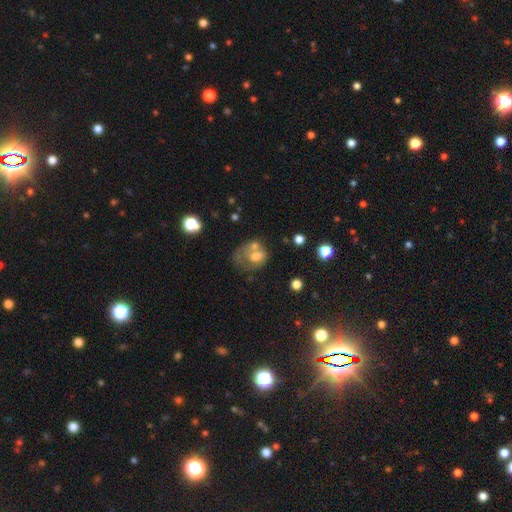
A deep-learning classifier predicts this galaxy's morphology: Overall: smooth (52%; featured or disk 37%). How rounded: in between (54%; round 45%). Merging: merger (33%; major disturbance 26%).